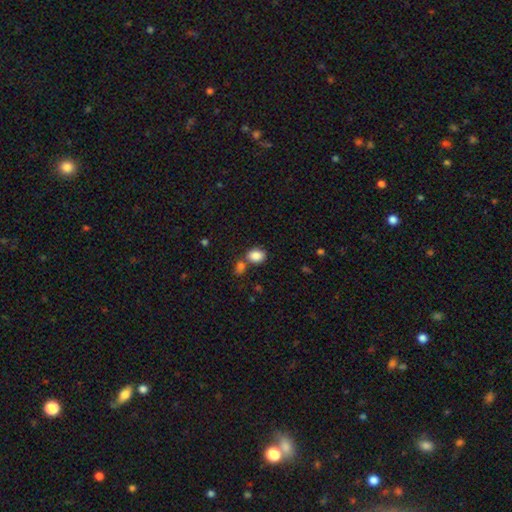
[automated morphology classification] smooth-or-featured: smooth: 86% | star or artifact: 9% | featured or disk: 5%
  how-rounded: in between: 67% | round: 32% | cigar-shaped: 1%
  merging: none: 57% | merger: 27% | minor disturbance: 12% | major disturbance: 4%